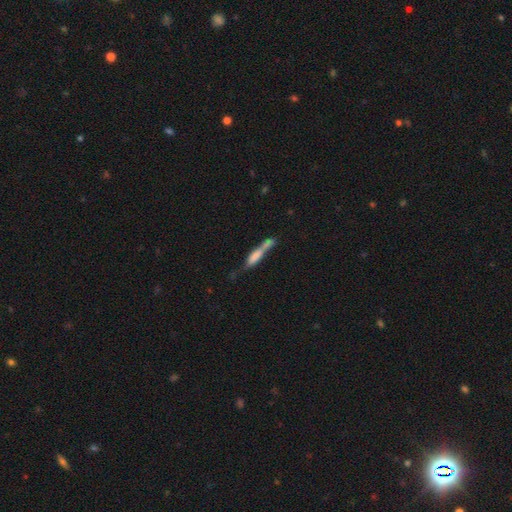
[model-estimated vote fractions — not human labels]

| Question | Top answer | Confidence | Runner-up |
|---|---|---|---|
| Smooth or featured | smooth | 65% | featured or disk (27%) |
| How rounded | cigar-shaped | 77% | in between (20%) |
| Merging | merger | 42% | none (29%) |